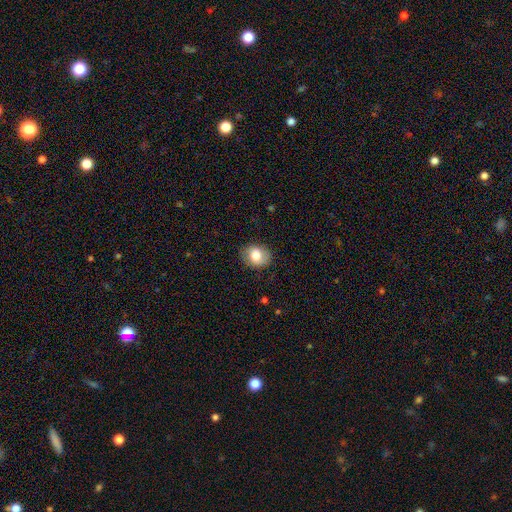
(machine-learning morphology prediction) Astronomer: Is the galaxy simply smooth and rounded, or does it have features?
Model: smooth — 79%.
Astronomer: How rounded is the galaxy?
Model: in between — 53% (runner-up: round, 46%).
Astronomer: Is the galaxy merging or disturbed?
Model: none — 83%.